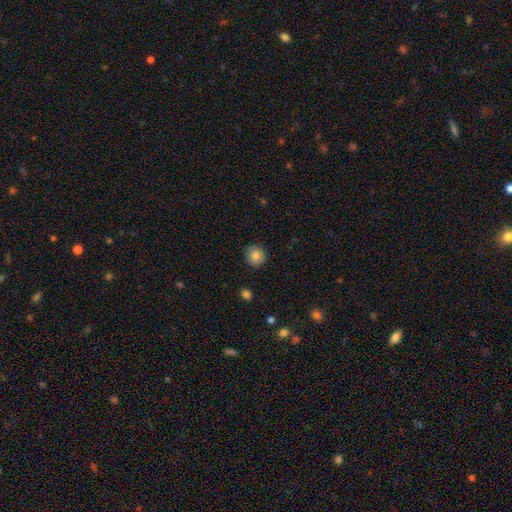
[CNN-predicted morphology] Smooth or featured: smooth — 82% (star or artifact — 9%)
How rounded: round — 92% (in between — 7%)
Merging: none — 89% (minor disturbance — 8%)